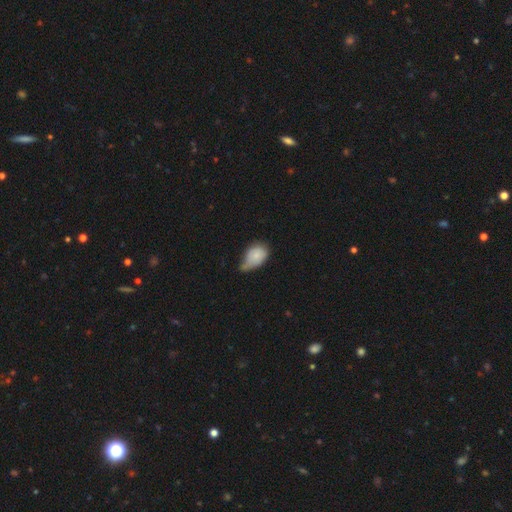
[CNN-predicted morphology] smooth 79%, featured or disk 14%, star or artifact 7%. Down the decision tree: how rounded — in between (79%); merging — minor disturbance (48%).